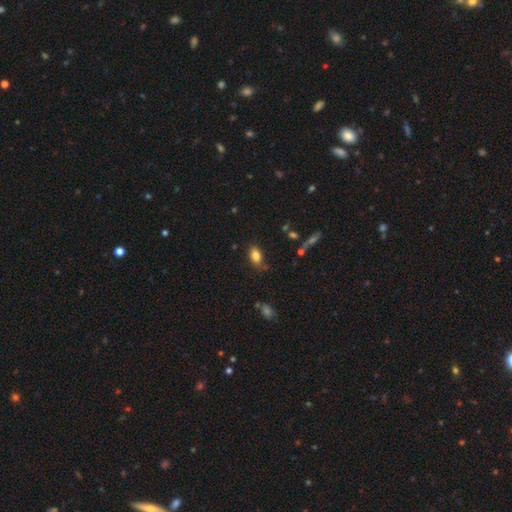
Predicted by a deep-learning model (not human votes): smooth-or-featured: smooth: 83% | star or artifact: 9% | featured or disk: 8%
  how-rounded: in between: 89% | round: 8% | cigar-shaped: 3%
  merging: none: 70% | minor disturbance: 21% | major disturbance: 5% | merger: 4%